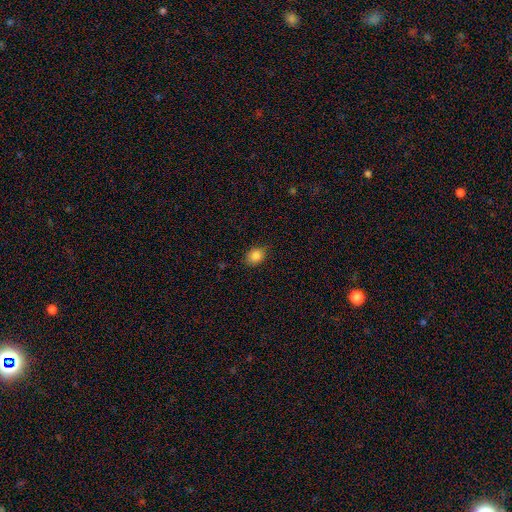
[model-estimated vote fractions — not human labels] This appears to be a smooth galaxy with no disk features (84%) that is in between round and cigar-shaped (54%). Merging: none (83%).